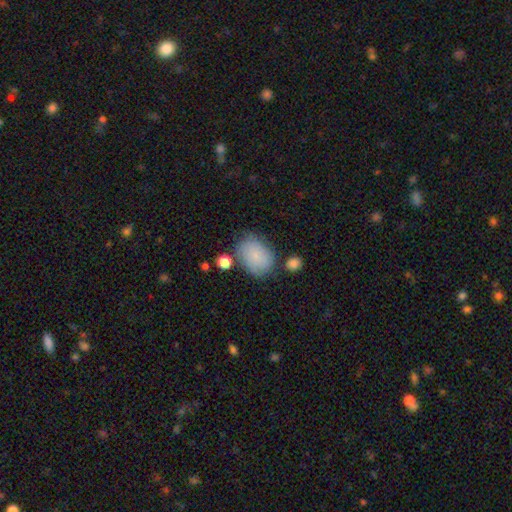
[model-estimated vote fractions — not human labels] Morphology: type=smooth (79%); roundness=in between (74%); merging=none (64%).